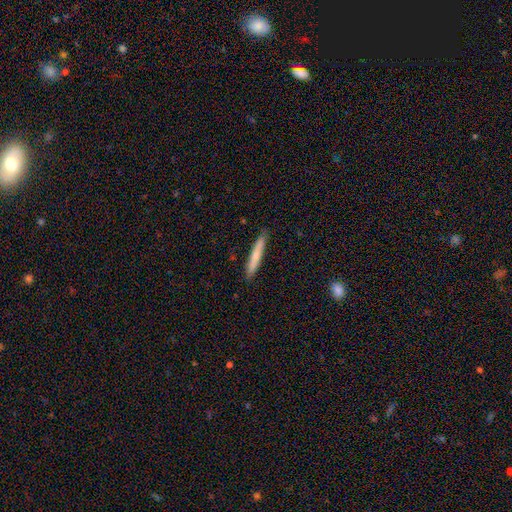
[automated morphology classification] type=smooth (66%); roundness=cigar-shaped (95%); merging=none (89%).